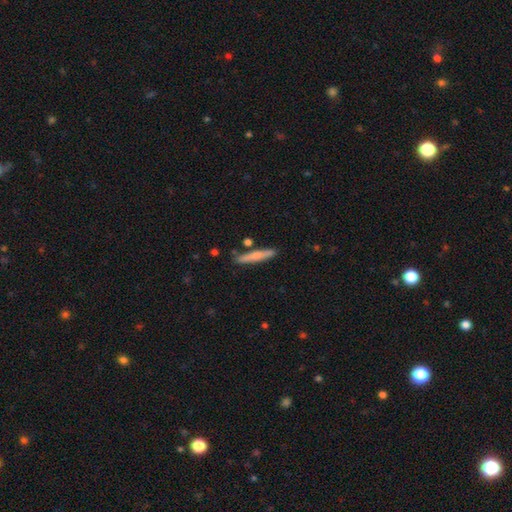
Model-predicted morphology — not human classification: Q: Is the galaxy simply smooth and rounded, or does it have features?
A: smooth — 65%.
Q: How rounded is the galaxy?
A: cigar-shaped — 93%.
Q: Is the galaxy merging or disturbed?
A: none — 84%.